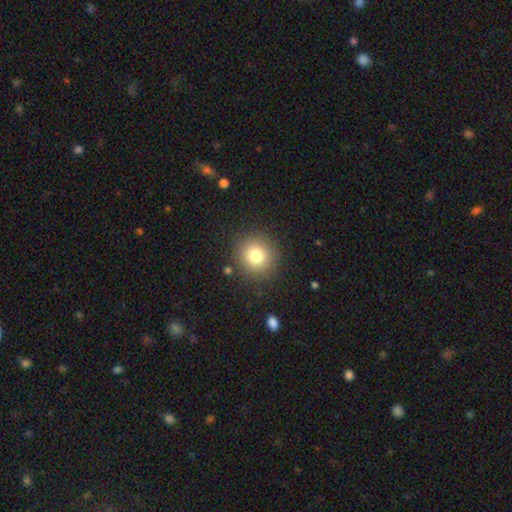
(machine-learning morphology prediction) smooth-or-featured: smooth: 79% | star or artifact: 12% | featured or disk: 9%
  how-rounded: round: 92% | in between: 7% | cigar-shaped: 1%
  merging: none: 88% | minor disturbance: 7% | major disturbance: 3% | merger: 2%